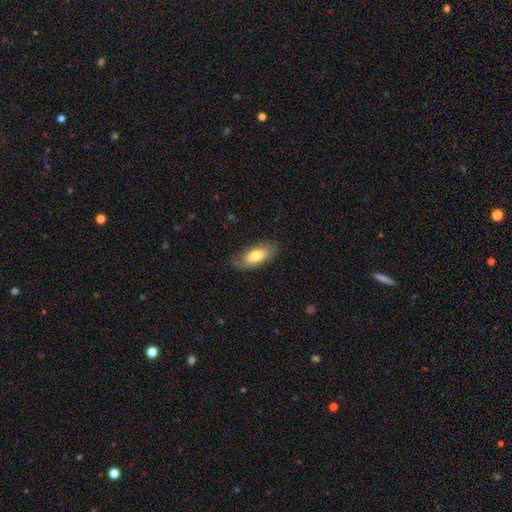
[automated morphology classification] Q: Smooth or featured?
A: smooth (65%); runner-up: featured or disk (29%)
Q: How rounded?
A: in between (88%); runner-up: cigar-shaped (9%)
Q: Merging?
A: none (72%); runner-up: minor disturbance (20%)